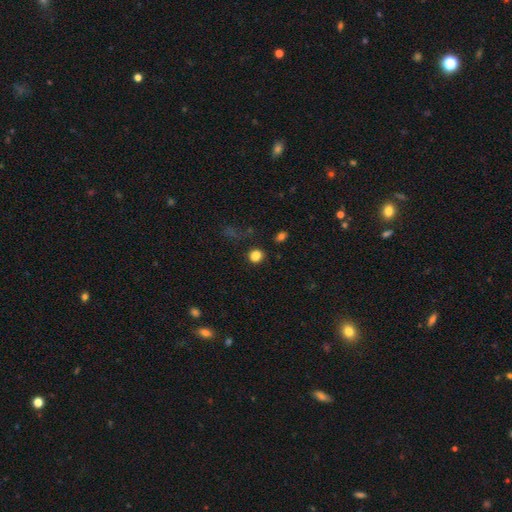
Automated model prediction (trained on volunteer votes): A smooth galaxy with no disk features (81%) that is round (74%).

Vote fractions:
- Smooth or featured? smooth: 81% / star or artifact: 14% / featured or disk: 4%
- How rounded? round: 74% / in between: 24% / cigar-shaped: 1%
- Merging? none: 81% / minor disturbance: 10% / merger: 5% / major disturbance: 4%